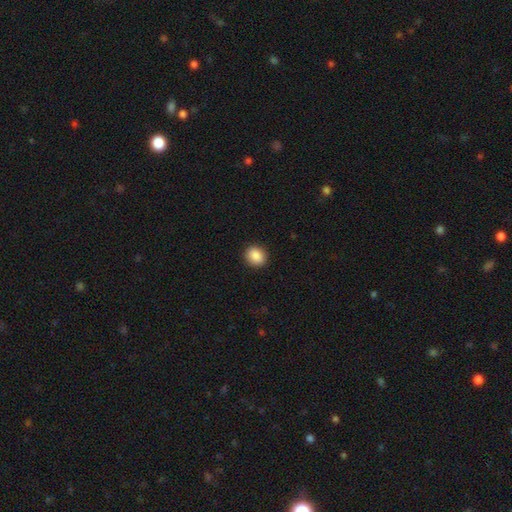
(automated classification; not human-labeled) smooth 89%, star or artifact 8%, featured or disk 3%. Down the decision tree: how rounded — round (64%); merging — none (91%).